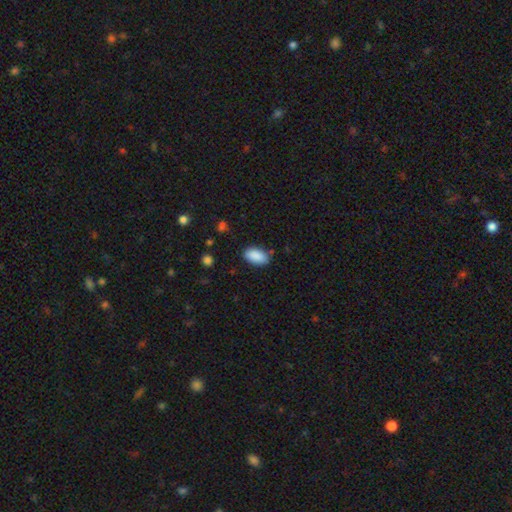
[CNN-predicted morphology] This appears to be a smooth galaxy with no disk features (89%) that is in between round and cigar-shaped (94%). Merging: none (82%).